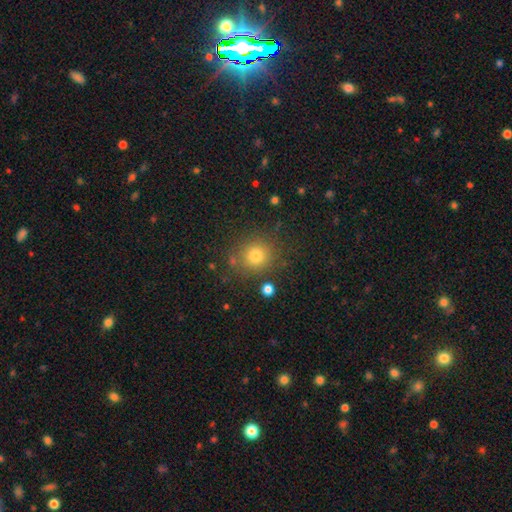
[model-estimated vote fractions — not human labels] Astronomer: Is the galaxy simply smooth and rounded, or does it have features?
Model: smooth — 77%.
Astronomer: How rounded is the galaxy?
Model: round — 89%.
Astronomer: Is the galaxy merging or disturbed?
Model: none — 83%.